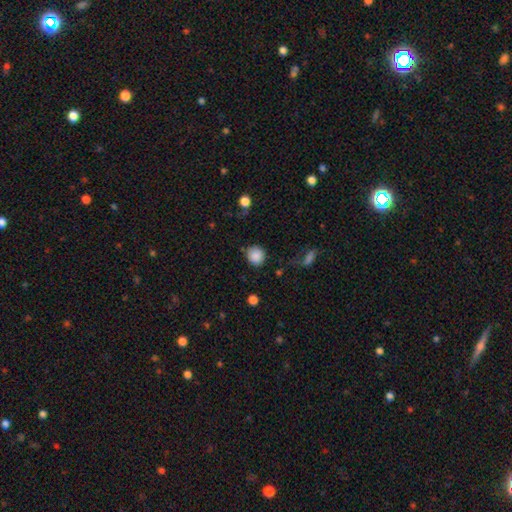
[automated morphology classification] type=smooth (87%); roundness=round (91%); merging=none (81%).